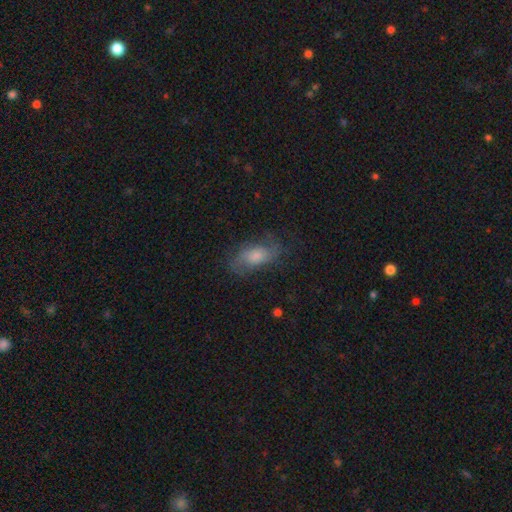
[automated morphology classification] The model was most divided on "smooth or featured": smooth: 46%, featured or disk: 44%, star or artifact: 11%. More confident: merging — none (65%).